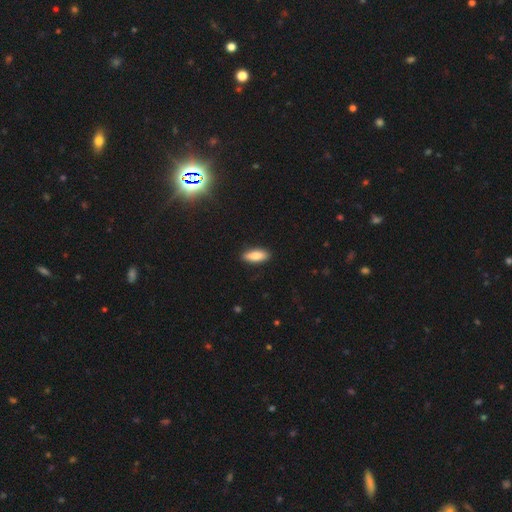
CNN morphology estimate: This is clearly a smooth galaxy (82%). How rounded: likely in between (71%). Merging: clearly none (88%).